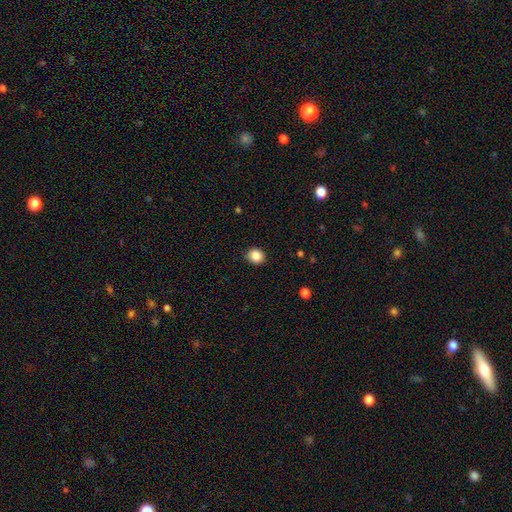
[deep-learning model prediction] Smooth or featured?
  - smooth: 86% *
  - star or artifact: 10%
  - featured or disk: 4%
How rounded?
  - round: 74% *
  - in between: 25%
  - cigar-shaped: 1%
Merging?
  - none: 86% *
  - minor disturbance: 11%
  - major disturbance: 2%
  - merger: 1%